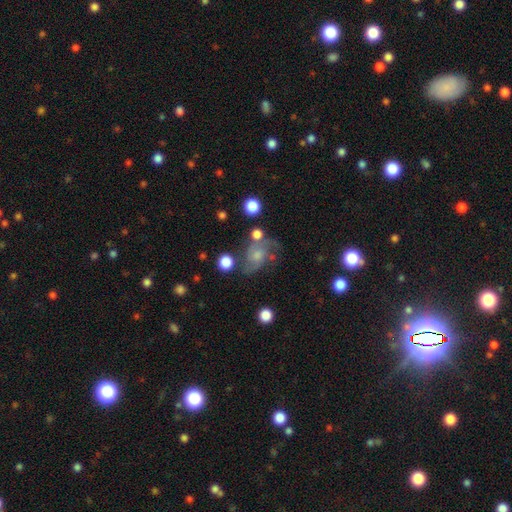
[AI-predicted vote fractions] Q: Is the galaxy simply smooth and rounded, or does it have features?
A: featured or disk — 56%.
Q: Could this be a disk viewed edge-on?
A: no — 97%.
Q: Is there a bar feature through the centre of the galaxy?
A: no — 76%.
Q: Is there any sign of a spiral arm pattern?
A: yes — 79%.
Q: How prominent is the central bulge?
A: moderate — 39%, tied with small.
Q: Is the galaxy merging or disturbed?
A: none — 49%.